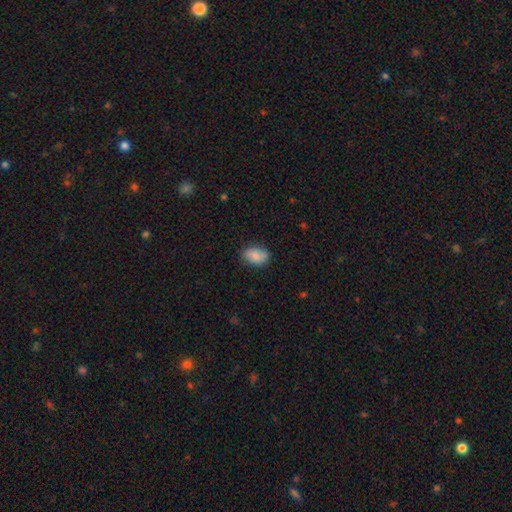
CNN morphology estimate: This is clearly a smooth galaxy (80%). How rounded: clearly in between (84%). Merging: likely none (77%).